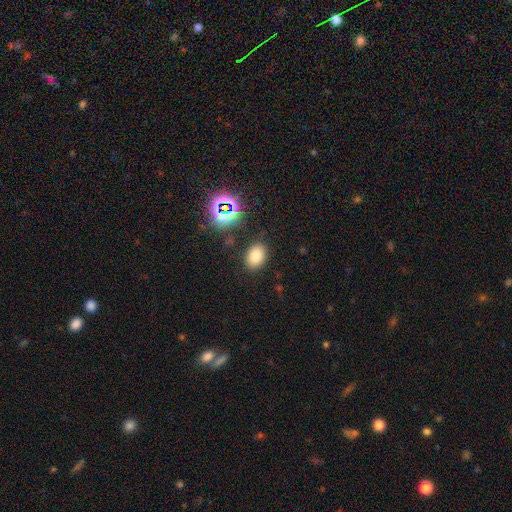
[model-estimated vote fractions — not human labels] This appears to be a smooth galaxy with no disk features (75%) that is in between round and cigar-shaped (79%). Merging: none (84%).